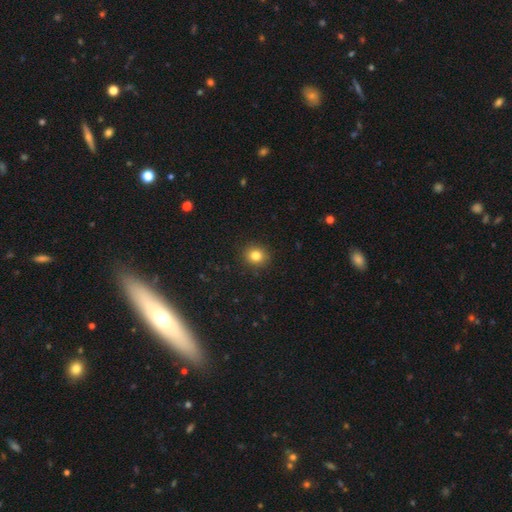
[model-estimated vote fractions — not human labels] smooth 82%, star or artifact 12%, featured or disk 6%. Down the decision tree: how rounded — round (83%); merging — none (91%).